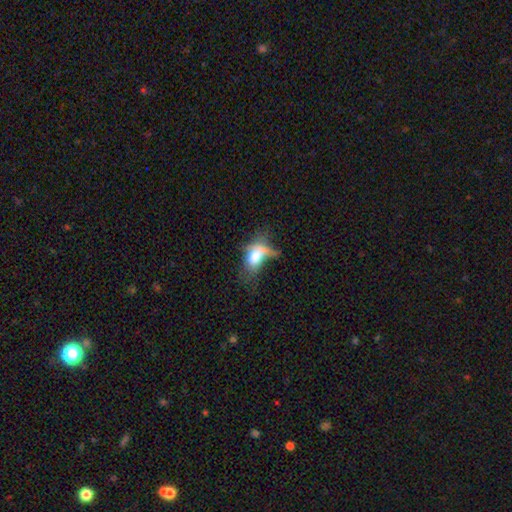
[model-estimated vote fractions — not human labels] A smooth galaxy with no disk features (65%) that is in between round and cigar-shaped (84%). Merging: major disturbance (44%).